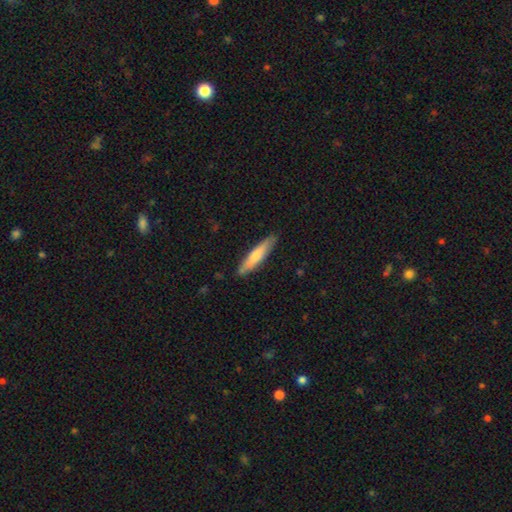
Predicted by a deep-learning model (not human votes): Smooth or featured?
  - smooth: 70% *
  - featured or disk: 25%
  - star or artifact: 5%
How rounded?
  - cigar-shaped: 85% *
  - in between: 14%
  - round: 1%
Merging?
  - none: 86% *
  - minor disturbance: 11%
  - major disturbance: 2%
  - merger: 1%